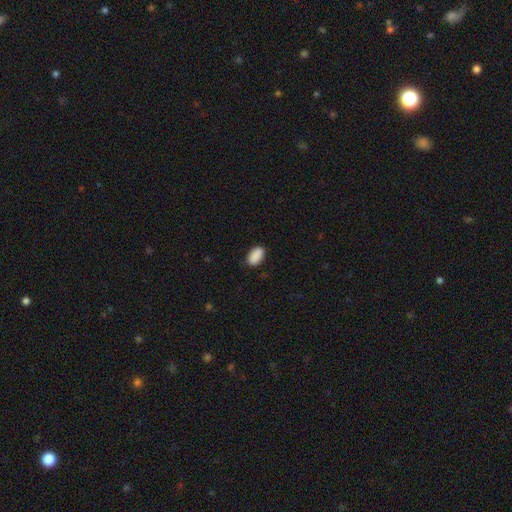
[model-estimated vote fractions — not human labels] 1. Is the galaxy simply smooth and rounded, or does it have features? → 90% smooth, 7% star or artifact, 3% featured or disk.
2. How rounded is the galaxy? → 94% in between, 5% round, 2% cigar-shaped.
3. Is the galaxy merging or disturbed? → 86% none, 11% minor disturbance, 2% major disturbance, 1% merger.